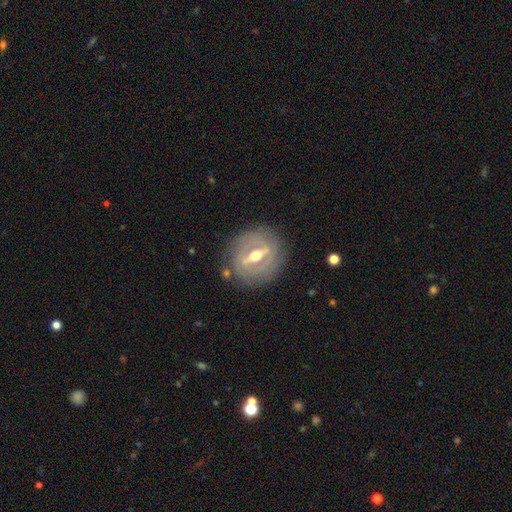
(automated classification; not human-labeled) Smooth or featured? Predicted: featured or disk (p=0.80). Edge-on disk? Predicted: no (p=0.82). Bar? Predicted: strong (p=0.67). Spiral arms? Predicted: no (p=0.51). Bulge size? Predicted: moderate (p=0.77). Merging? Predicted: none (p=0.80).